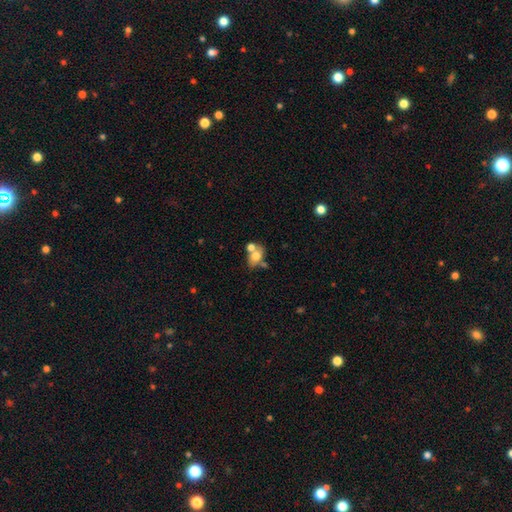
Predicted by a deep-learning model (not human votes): Smooth or featured: smooth — 65% (featured or disk — 25%)
How rounded: in between — 68% (round — 31%)
Merging: merger — 45% (none — 35%)